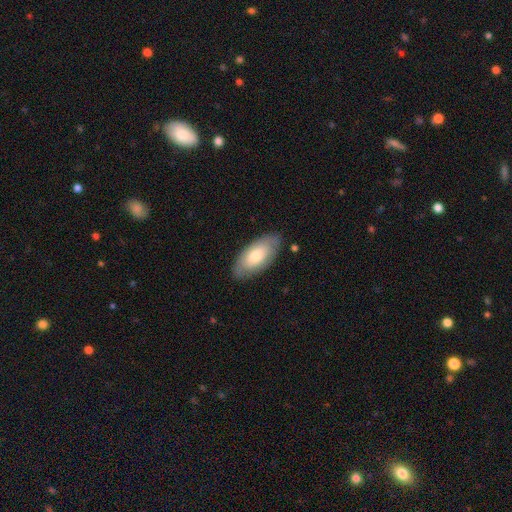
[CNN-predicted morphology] A smooth galaxy with no disk features (69%) that is in between round and cigar-shaped (92%).

Vote fractions:
- Smooth or featured? smooth: 69% / featured or disk: 26% / star or artifact: 5%
- How rounded? in between: 92% / cigar-shaped: 6% / round: 2%
- Merging? none: 81% / minor disturbance: 15% / major disturbance: 3% / merger: 1%